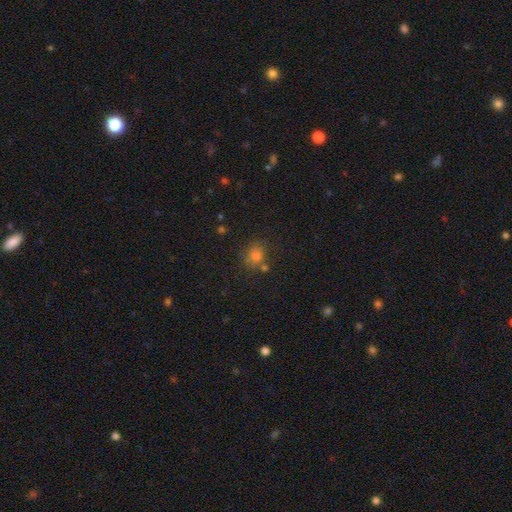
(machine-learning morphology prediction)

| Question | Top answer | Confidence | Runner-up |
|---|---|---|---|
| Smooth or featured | smooth | 70% | star or artifact (21%) |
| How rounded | round | 67% | in between (32%) |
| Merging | none | 67% | minor disturbance (16%) |